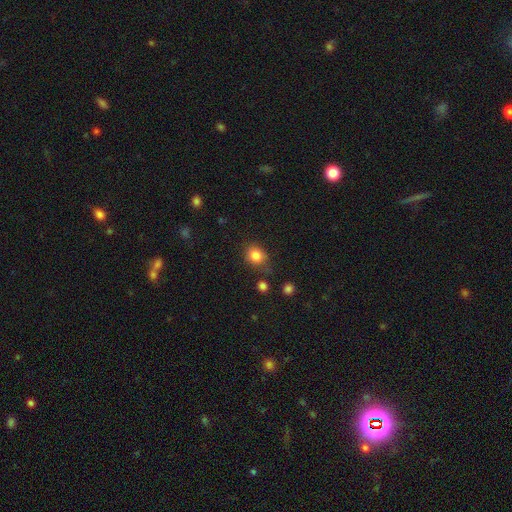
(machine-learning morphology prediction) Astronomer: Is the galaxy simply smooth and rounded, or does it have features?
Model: smooth — 83%.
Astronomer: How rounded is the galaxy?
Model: round — 66%.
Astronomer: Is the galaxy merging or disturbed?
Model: none — 74%.